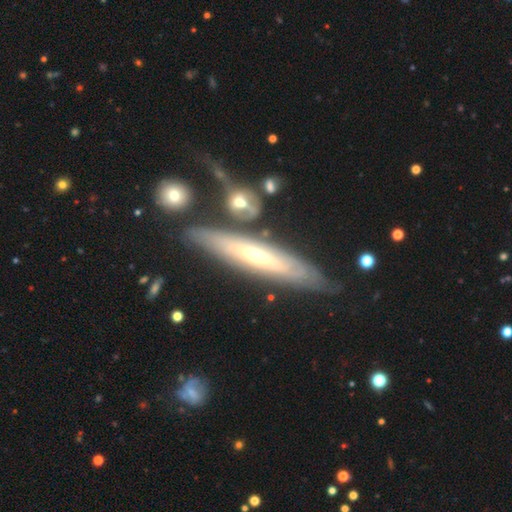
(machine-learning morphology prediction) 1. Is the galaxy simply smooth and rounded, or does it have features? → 73% featured or disk, 21% smooth, 6% star or artifact.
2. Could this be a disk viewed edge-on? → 63% yes, 37% no.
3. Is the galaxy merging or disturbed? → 74% none, 15% minor disturbance, 7% merger, 5% major disturbance.